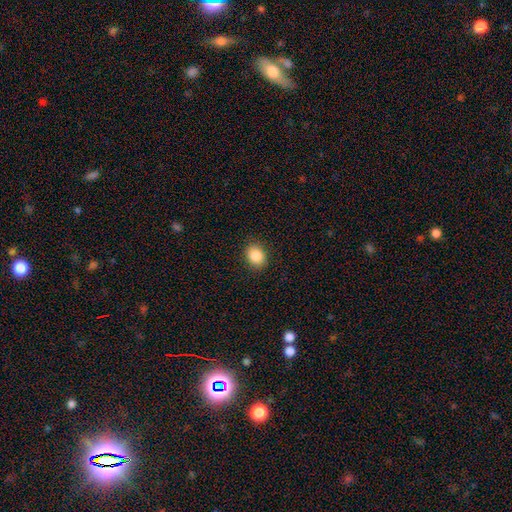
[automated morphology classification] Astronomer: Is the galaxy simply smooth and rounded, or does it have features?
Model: smooth — 87%.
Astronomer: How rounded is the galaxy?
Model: in between — 56% (runner-up: round, 44%).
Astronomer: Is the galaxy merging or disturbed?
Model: none — 89%.